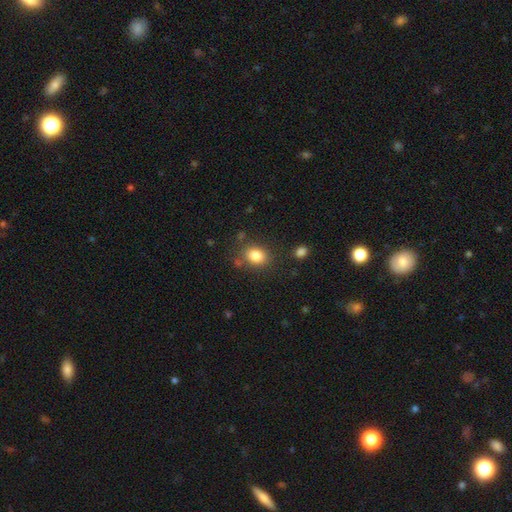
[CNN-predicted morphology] The model was most divided on "how rounded": in between: 54%, round: 45%, cigar-shaped: 1%. More confident: smooth or featured — smooth (84%); merging — none (78%).